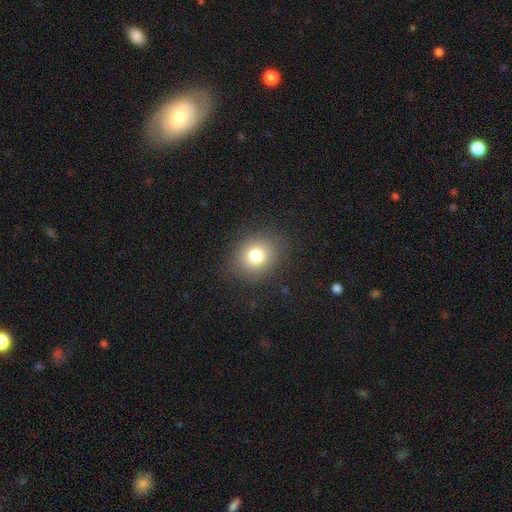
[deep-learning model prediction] Overall: smooth (77%). How rounded: round (69%; in between 31%). Merging: none (87%).